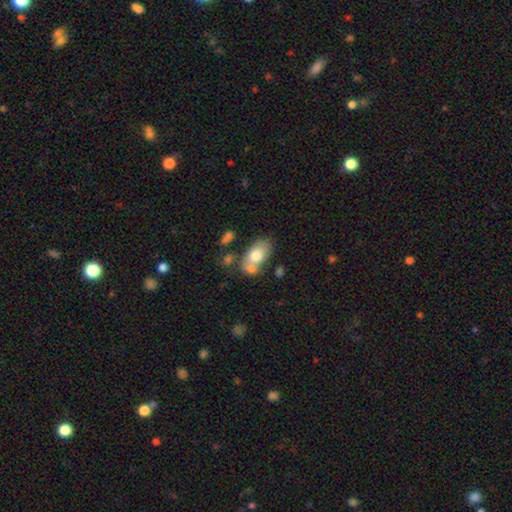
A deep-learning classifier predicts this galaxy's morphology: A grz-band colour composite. It shows a smooth galaxy with no disk features (74%) that is in between round and cigar-shaped (90%). Merging: none (44%).